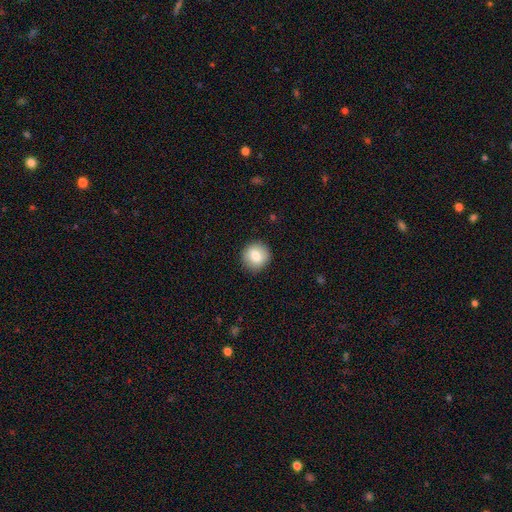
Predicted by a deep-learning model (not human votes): The model was most divided on "smooth or featured": smooth: 77%, featured or disk: 15%, star or artifact: 8%. More confident: how rounded — round (91%); merging — none (90%).